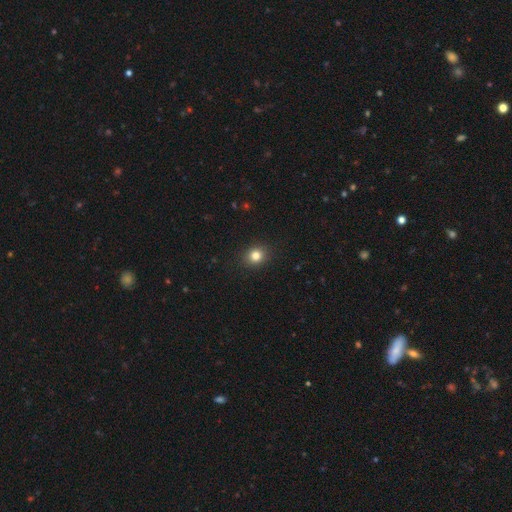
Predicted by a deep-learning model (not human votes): This appears to be a smooth galaxy with no disk features (82%) that is round (72%). Merging: none (90%).